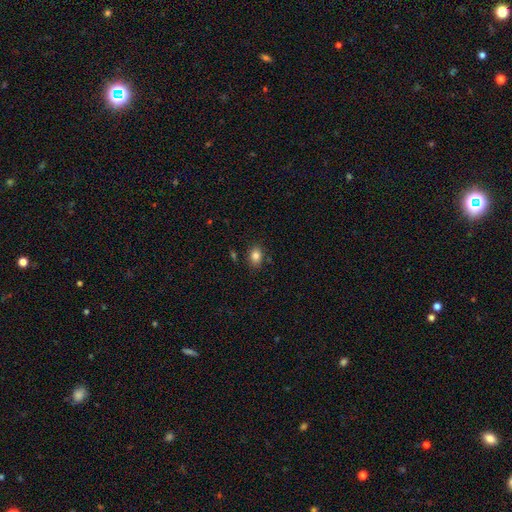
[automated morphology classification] smooth-or-featured: smooth: 83% | star or artifact: 10% | featured or disk: 7%
  how-rounded: in between: 71% | round: 28% | cigar-shaped: 1%
  merging: none: 82% | minor disturbance: 12% | merger: 3% | major disturbance: 3%